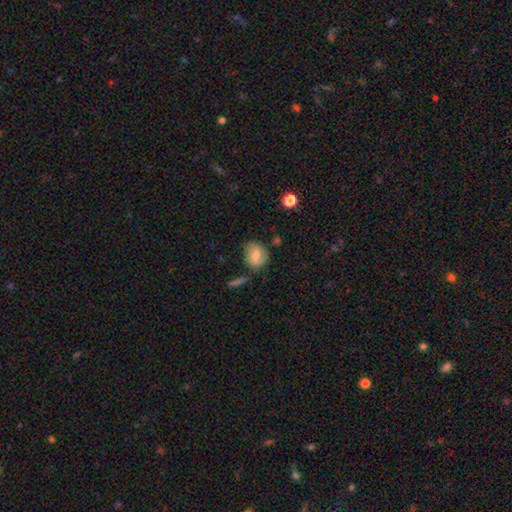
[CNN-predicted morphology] smooth_or_featured: smooth (p=0.71) [alt: featured or disk p=0.21]
how_rounded: round (p=0.53) [alt: in between p=0.45]
merging: none (p=0.62) [alt: minor disturbance p=0.25]